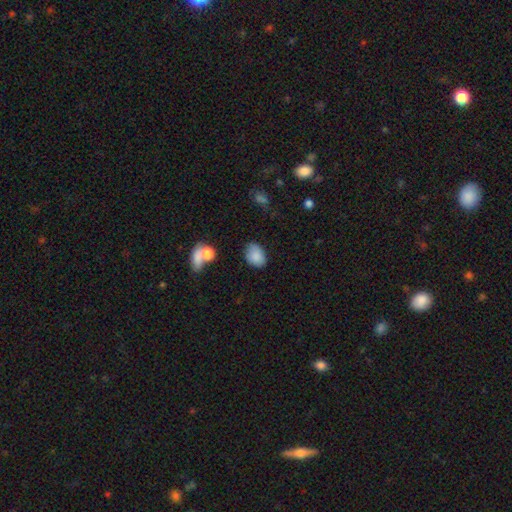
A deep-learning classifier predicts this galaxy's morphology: This is clearly a smooth galaxy (85%). How rounded: likely in between (77%). Merging: likely none (71%).